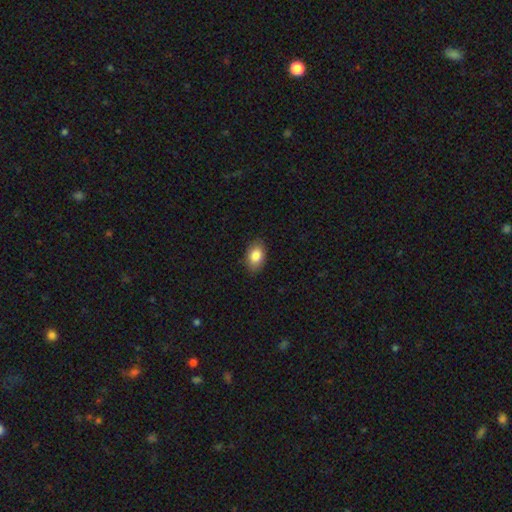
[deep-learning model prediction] A smooth galaxy with no disk features (84%) that is in between round and cigar-shaped (90%).

Vote fractions:
- Smooth or featured? smooth: 84% / featured or disk: 8% / star or artifact: 7%
- How rounded? in between: 90% / round: 9% / cigar-shaped: 1%
- Merging? none: 87% / minor disturbance: 10% / major disturbance: 2% / merger: 1%